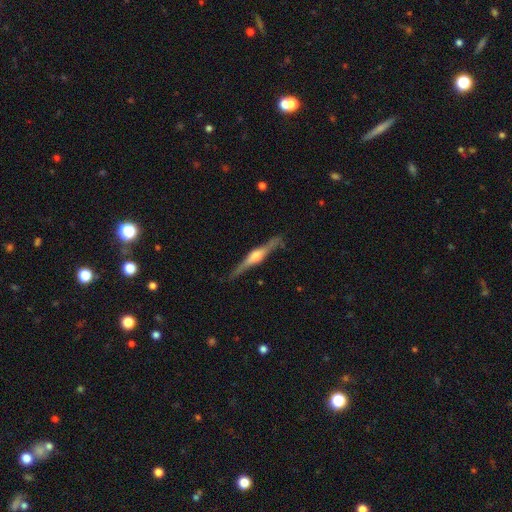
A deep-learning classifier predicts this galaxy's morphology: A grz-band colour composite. It shows a featured or disk galaxy (78%) viewed edge-on (98%) with a rounded central bulge (85%). Merging: none (85%).